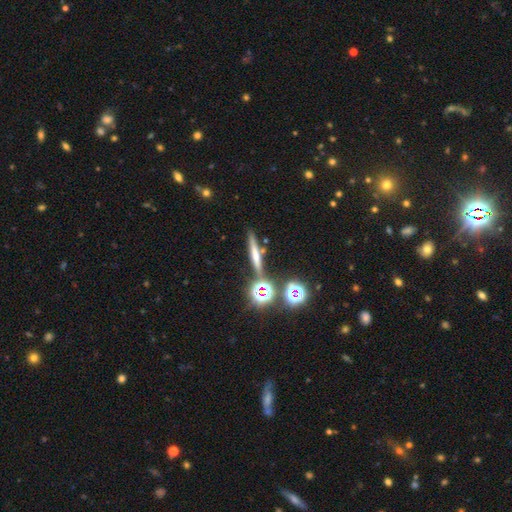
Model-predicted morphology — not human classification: Smooth or featured: smooth — 40% (featured or disk — 36%)
Merging: none — 77% (merger — 10%)